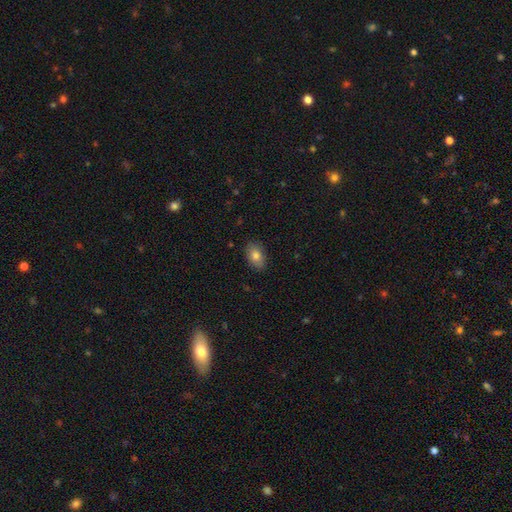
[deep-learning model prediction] smooth-or-featured: smooth: 81% | featured or disk: 11% | star or artifact: 8%
  how-rounded: in between: 87% | round: 12% | cigar-shaped: 2%
  merging: none: 85% | minor disturbance: 12% | major disturbance: 2% | merger: 1%